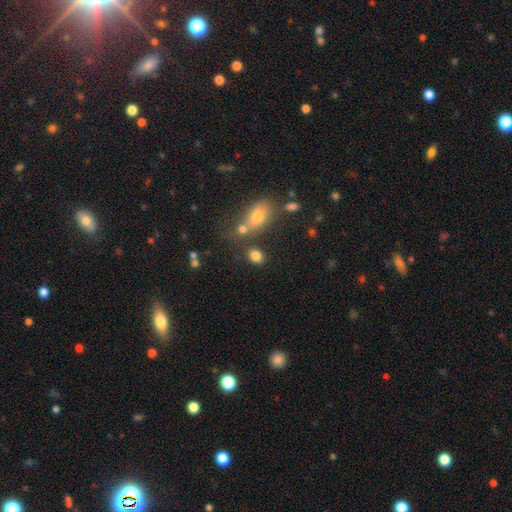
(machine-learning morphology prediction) Smooth or featured? smooth (82%)
How rounded? in between (63%)
Merging? none (68%)